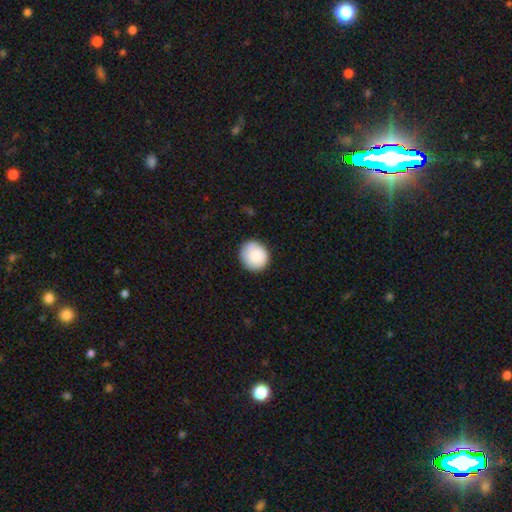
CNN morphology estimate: smooth_or_featured: smooth (p=0.84) [alt: featured or disk p=0.09]
how_rounded: round (p=0.87) [alt: in between p=0.13]
merging: none (p=0.82) [alt: minor disturbance p=0.14]